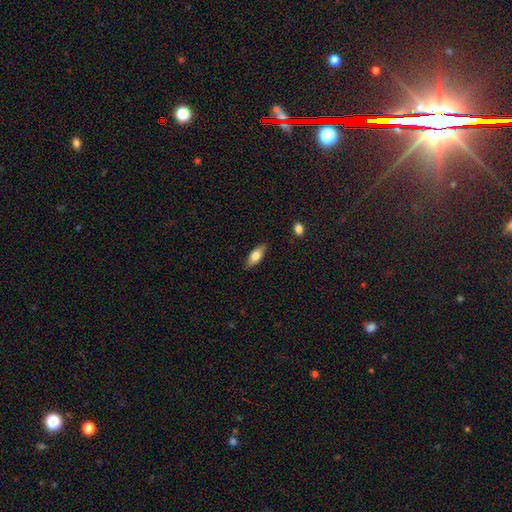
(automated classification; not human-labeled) Smooth or featured? smooth (67%)
How rounded? in between (70%)
Merging? none (85%)